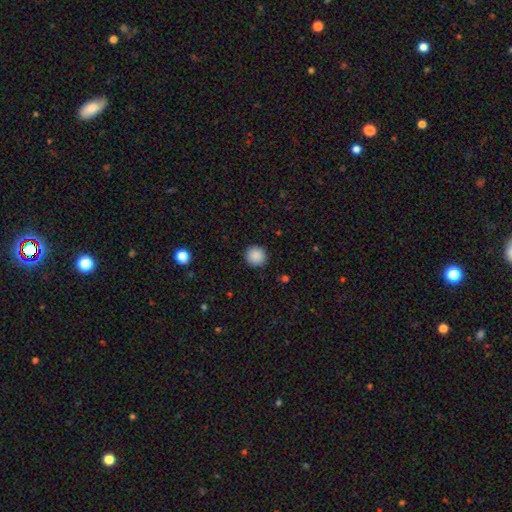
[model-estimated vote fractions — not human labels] Smooth or featured: smooth — 89% (star or artifact — 9%)
How rounded: round — 94% (in between — 5%)
Merging: none — 91% (minor disturbance — 6%)